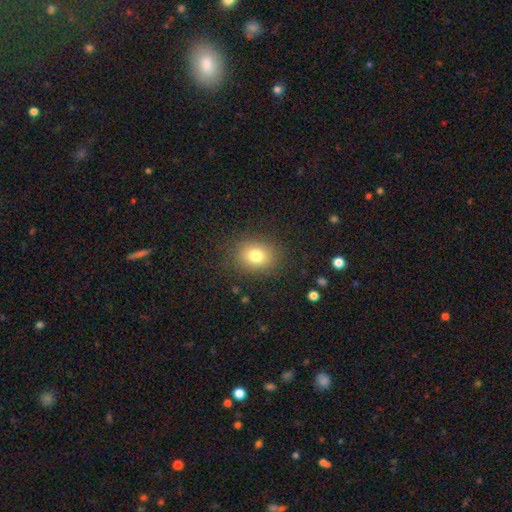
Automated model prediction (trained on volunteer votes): Morphology: type=smooth (78%); roundness=round (52%); merging=none (84%).